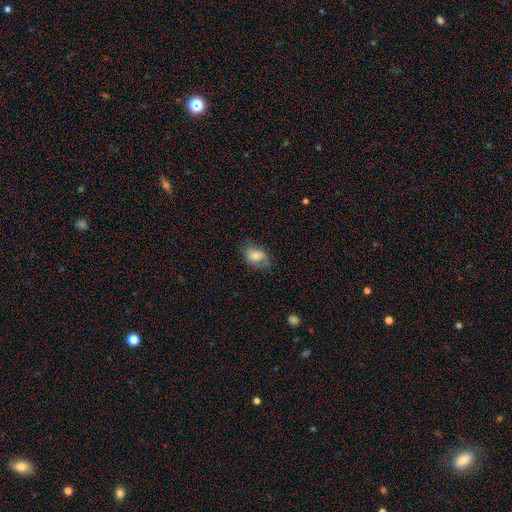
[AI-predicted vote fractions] Smooth or featured?
  - smooth: 73% *
  - featured or disk: 19%
  - star or artifact: 8%
How rounded?
  - in between: 82% *
  - round: 17%
  - cigar-shaped: 2%
Merging?
  - none: 60% *
  - minor disturbance: 28%
  - major disturbance: 12%
  - merger: 1%